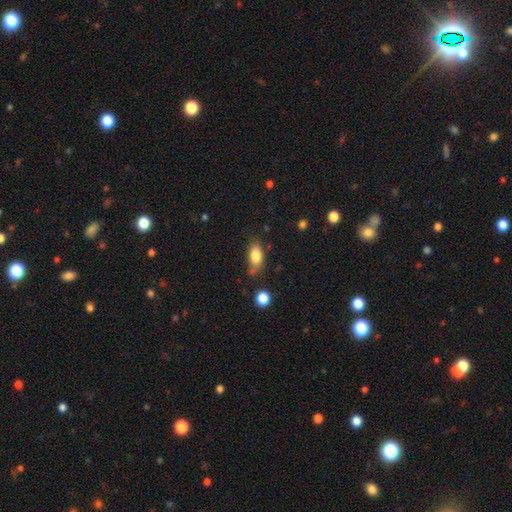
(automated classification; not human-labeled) Overall: smooth (83%). How rounded: in between (87%). Merging: none (66%).